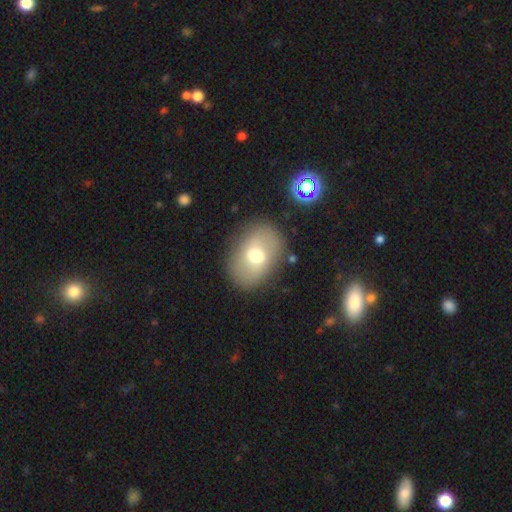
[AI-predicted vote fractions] Smooth or featured: smooth — 60% (featured or disk — 30%)
How rounded: in between — 75% (round — 24%)
Merging: none — 81% (minor disturbance — 12%)